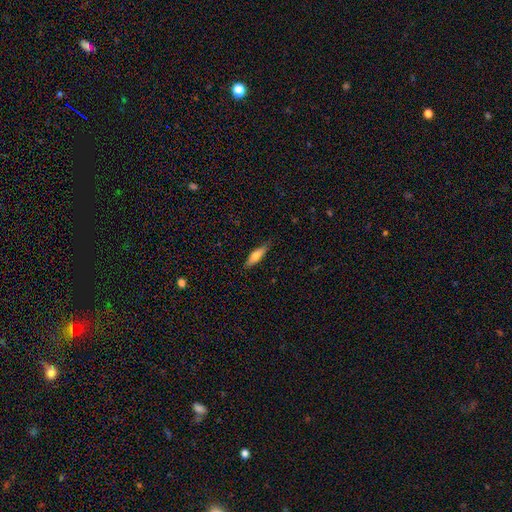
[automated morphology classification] A smooth galaxy with no disk features (70%) that is cigar-shaped (57%).

Vote fractions:
- Smooth or featured? smooth: 70% / featured or disk: 23% / star or artifact: 6%
- How rounded? cigar-shaped: 57% / in between: 41% / round: 2%
- Merging? none: 83% / minor disturbance: 14% / major disturbance: 3% / merger: 1%